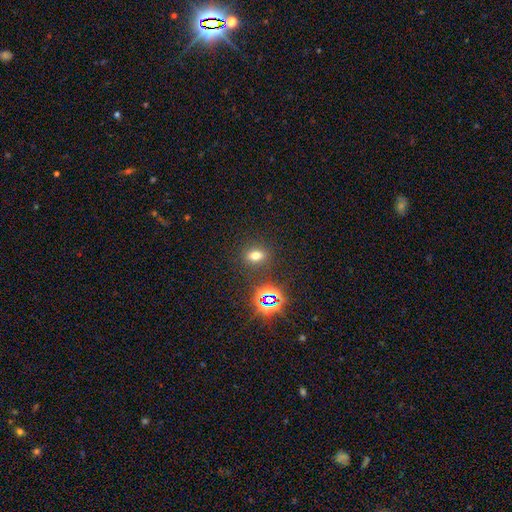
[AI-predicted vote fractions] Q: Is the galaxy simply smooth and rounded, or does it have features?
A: smooth — 64%.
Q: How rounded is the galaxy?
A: in between — 63%.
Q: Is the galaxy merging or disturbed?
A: none — 86%.